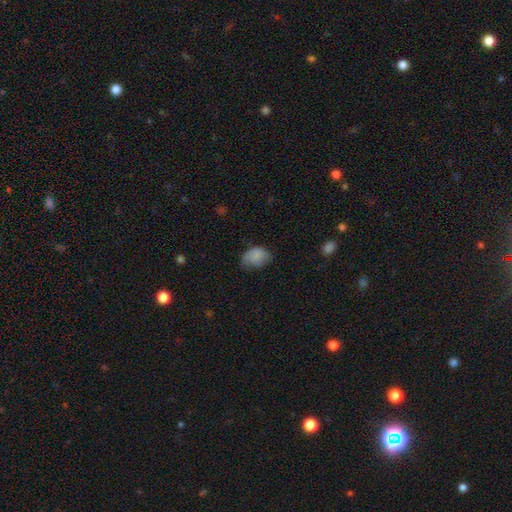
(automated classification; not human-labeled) Smooth or featured? smooth (79%)
How rounded? in between (74%)
Merging? none (46%)